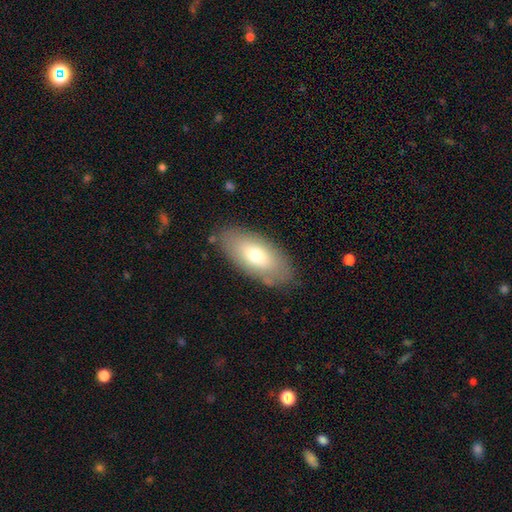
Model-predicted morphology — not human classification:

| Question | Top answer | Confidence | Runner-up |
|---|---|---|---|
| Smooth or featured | smooth | 68% | featured or disk (25%) |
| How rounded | in between | 90% | cigar-shaped (7%) |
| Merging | none | 80% | minor disturbance (13%) |